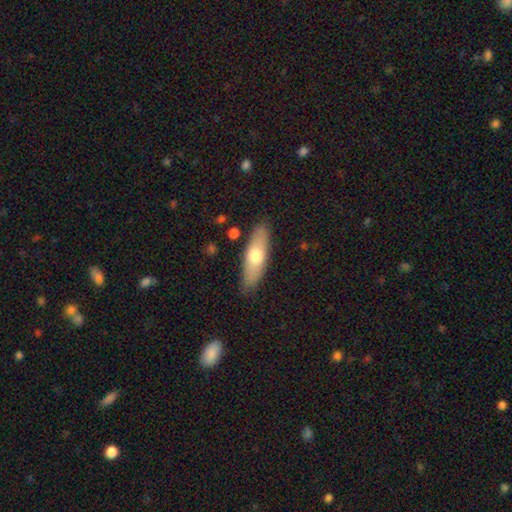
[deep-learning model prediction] smooth 62%, featured or disk 32%, star or artifact 6%. Down the decision tree: how rounded — in between (50%); merging — none (85%).